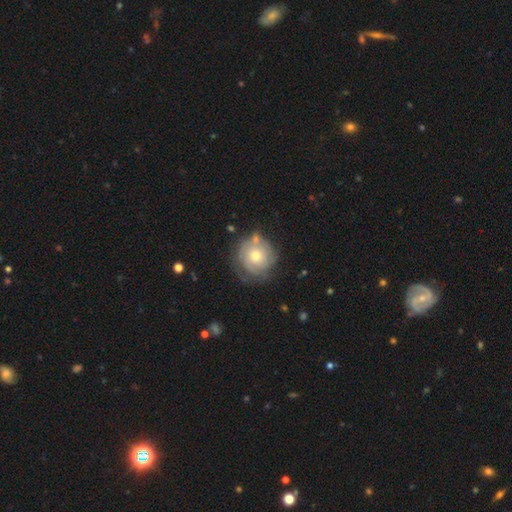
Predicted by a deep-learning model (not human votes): A featured or disk galaxy (53%) with no bar (86%), spiral arms (68%) and a moderate central bulge (63%). Merging: none (64%).